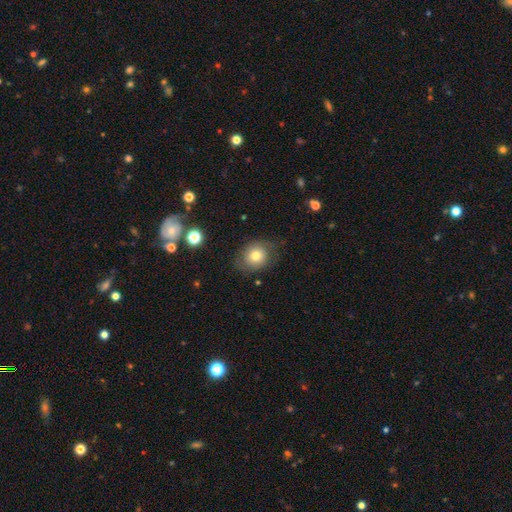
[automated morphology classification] The model was most divided on "how rounded": round: 63%, in between: 37%, cigar-shaped: 1%. More confident: smooth or featured — smooth (73%); merging — none (71%).